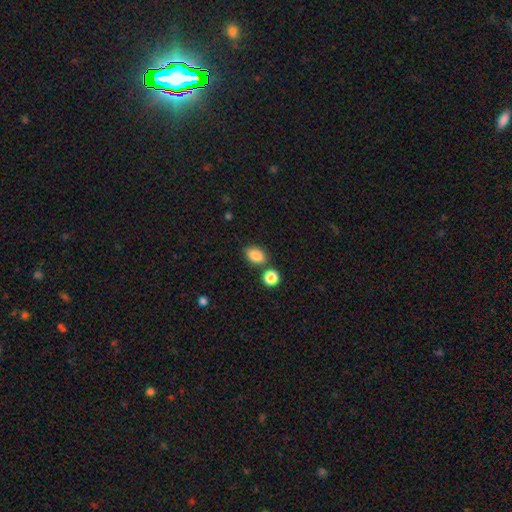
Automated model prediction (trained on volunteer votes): Smooth or featured?
  - smooth: 85% *
  - star or artifact: 9%
  - featured or disk: 6%
How rounded?
  - in between: 83% *
  - round: 16%
  - cigar-shaped: 2%
Merging?
  - none: 76% *
  - minor disturbance: 12%
  - merger: 10%
  - major disturbance: 3%